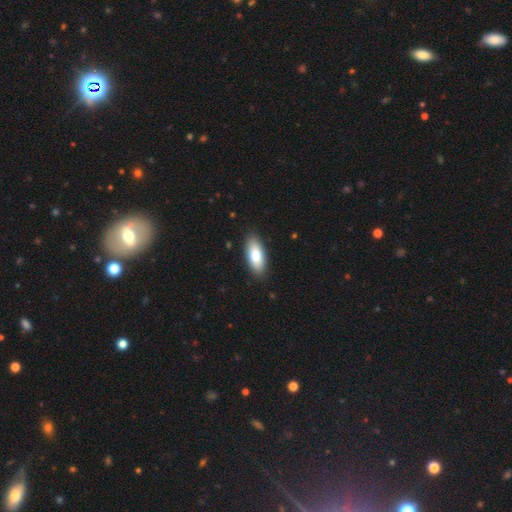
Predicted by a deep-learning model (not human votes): Smooth or featured: smooth — 81% (featured or disk — 13%)
How rounded: in between — 84% (cigar-shaped — 14%)
Merging: none — 89% (minor disturbance — 8%)